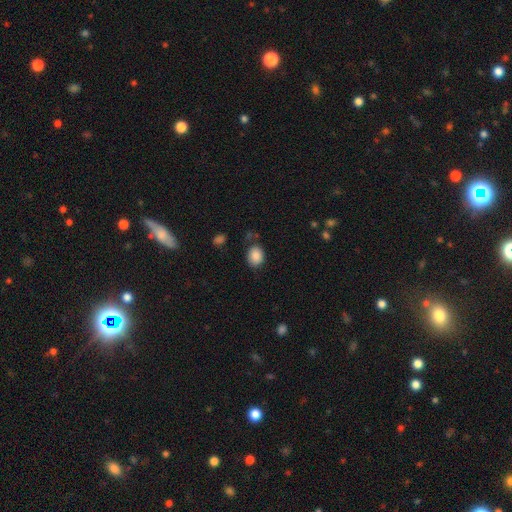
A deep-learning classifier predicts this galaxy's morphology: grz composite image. It shows a smooth galaxy with no disk features (87%) that is in between round and cigar-shaped (54%). Merging: none (76%).